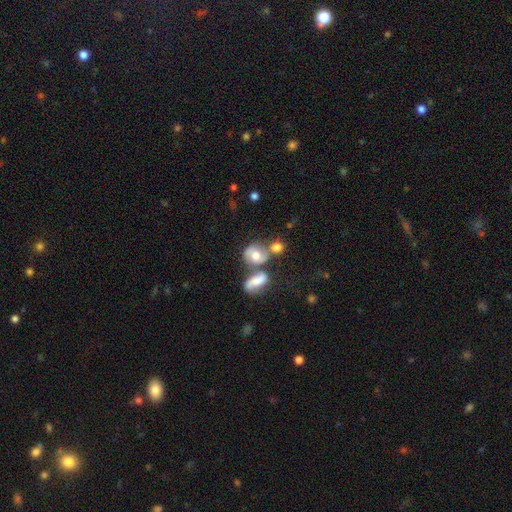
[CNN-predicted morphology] smooth_or_featured: smooth (p=0.55) [alt: featured or disk p=0.35]
how_rounded: in between (p=0.51) [alt: round p=0.46]
merging: merger (p=0.40) [alt: none p=0.35]